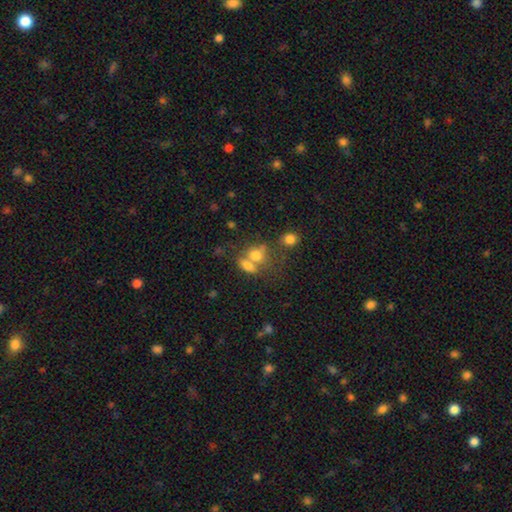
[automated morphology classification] Smooth or featured? Predicted: smooth (p=0.71). How rounded? Predicted: in between (p=0.62). Merging? Predicted: merger (p=0.50).